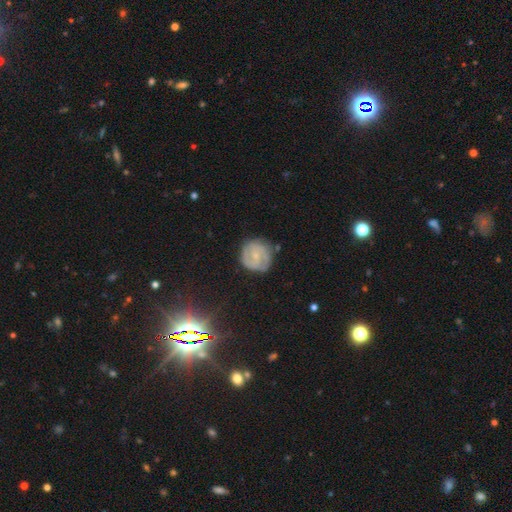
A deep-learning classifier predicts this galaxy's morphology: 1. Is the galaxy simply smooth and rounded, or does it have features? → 67% featured or disk, 26% smooth, 7% star or artifact.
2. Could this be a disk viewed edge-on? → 98% no, 2% yes.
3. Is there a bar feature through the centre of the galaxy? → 50% no, 41% weak, 9% strong.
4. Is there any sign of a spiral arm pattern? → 89% yes, 11% no.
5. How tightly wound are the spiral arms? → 52% tight, 37% medium, 11% loose.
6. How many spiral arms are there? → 56% 2, 21% can't tell, 13% 3, 4% 1, 3% 4, 3% more than 4.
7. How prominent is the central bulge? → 67% small, 21% moderate, 10% none, 1% large, 1% dominant.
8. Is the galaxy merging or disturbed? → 76% none, 17% minor disturbance, 5% major disturbance, 2% merger.